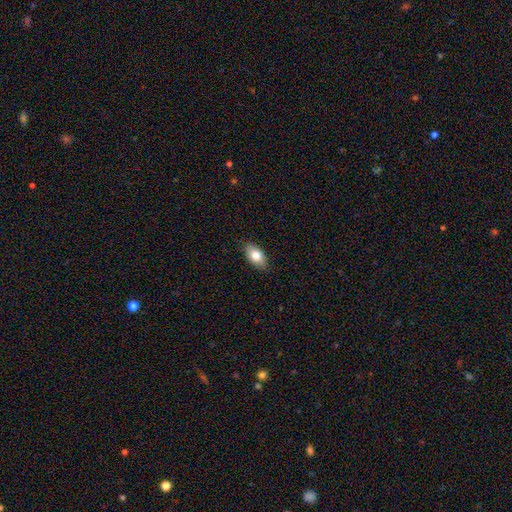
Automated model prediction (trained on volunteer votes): smooth 78%, featured or disk 14%, star or artifact 7%. Down the decision tree: how rounded — in between (91%); merging — none (86%).